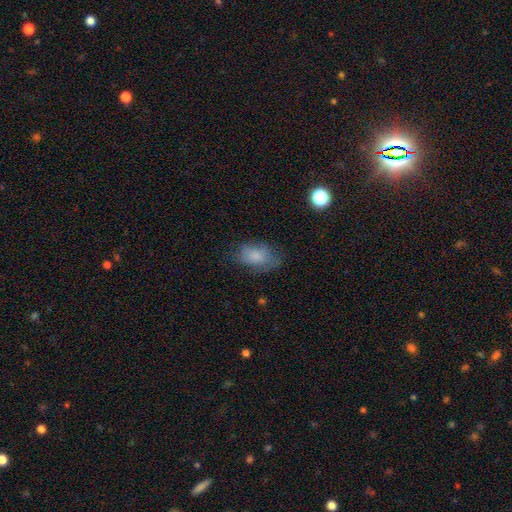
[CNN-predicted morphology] Q: Smooth or featured?
A: smooth (75%); runner-up: featured or disk (16%)
Q: How rounded?
A: in between (89%); runner-up: round (9%)
Q: Merging?
A: none (60%); runner-up: minor disturbance (26%)